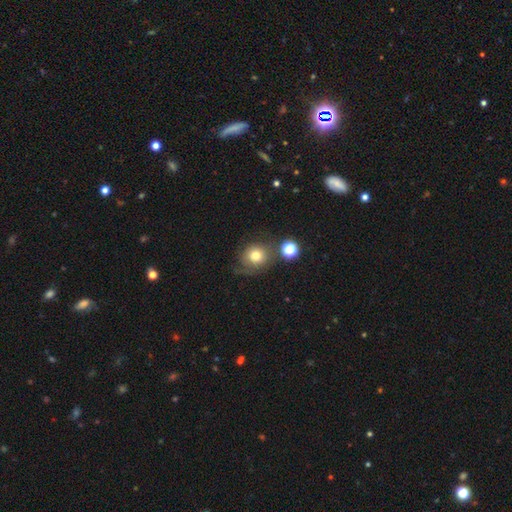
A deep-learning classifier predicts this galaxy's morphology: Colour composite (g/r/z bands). It shows a smooth galaxy with no disk features (72%) that is round (83%). Merging: none (56%).